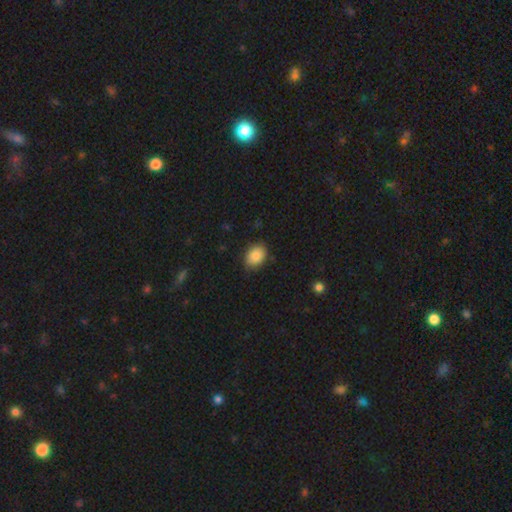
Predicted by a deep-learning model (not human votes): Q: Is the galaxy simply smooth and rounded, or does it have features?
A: smooth — 87%.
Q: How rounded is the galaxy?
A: in between — 72%.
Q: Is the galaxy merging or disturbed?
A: none — 81%.